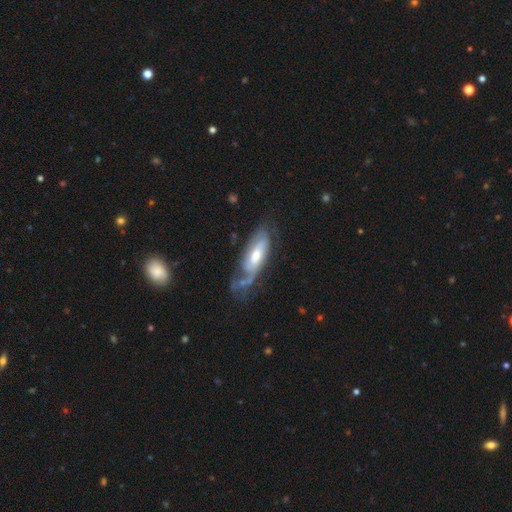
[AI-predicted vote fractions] Morphology: type=featured or disk (71%); edge-on=no (84%); bar=no (52%); spiral arms=yes (83%); bulge=moderate (57%); merging=none (43%).